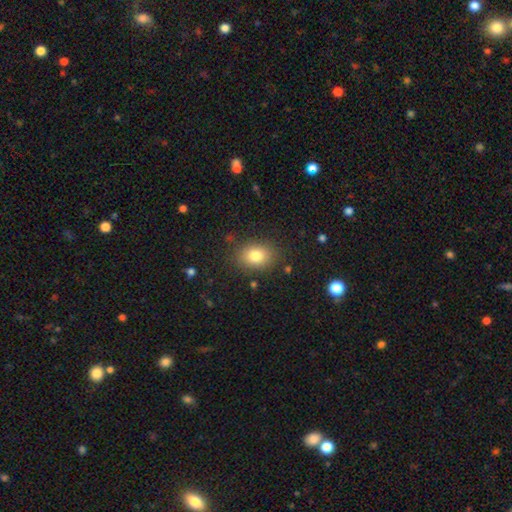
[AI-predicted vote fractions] Smooth or featured?
  - smooth: 80% *
  - star or artifact: 11%
  - featured or disk: 9%
How rounded?
  - in between: 63% *
  - round: 36%
  - cigar-shaped: 1%
Merging?
  - none: 85% *
  - minor disturbance: 10%
  - major disturbance: 3%
  - merger: 1%